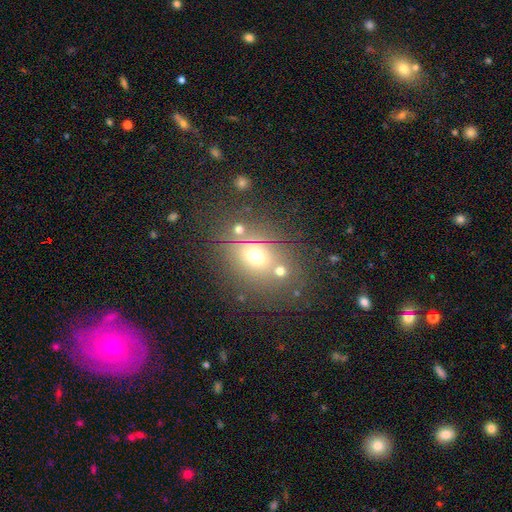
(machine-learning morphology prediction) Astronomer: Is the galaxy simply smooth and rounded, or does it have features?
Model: smooth — 61%.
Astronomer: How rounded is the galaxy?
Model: round — 53% (runner-up: in between, 45%).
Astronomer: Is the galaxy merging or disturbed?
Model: none — 67%.